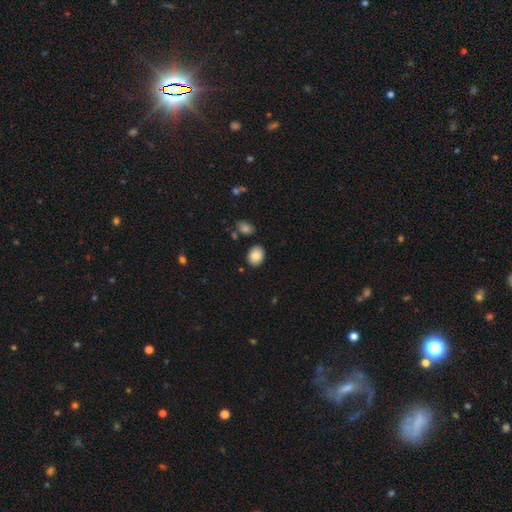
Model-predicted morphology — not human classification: The model was most divided on "how rounded": in between: 65%, round: 34%, cigar-shaped: 1%. More confident: merging — none (87%); smooth or featured — smooth (85%).